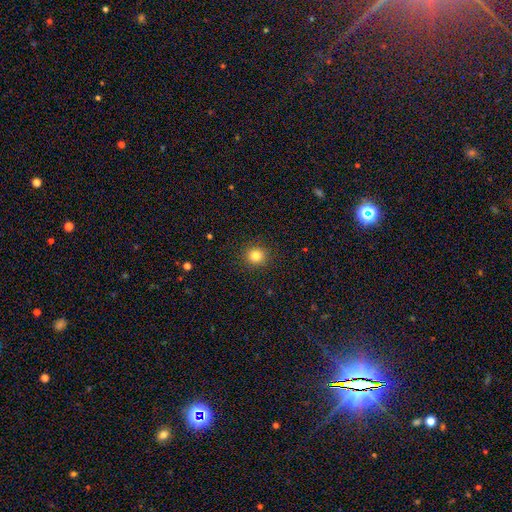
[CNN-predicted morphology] This appears to be a smooth galaxy with no disk features (82%) that is round (91%). Merging: none (91%).